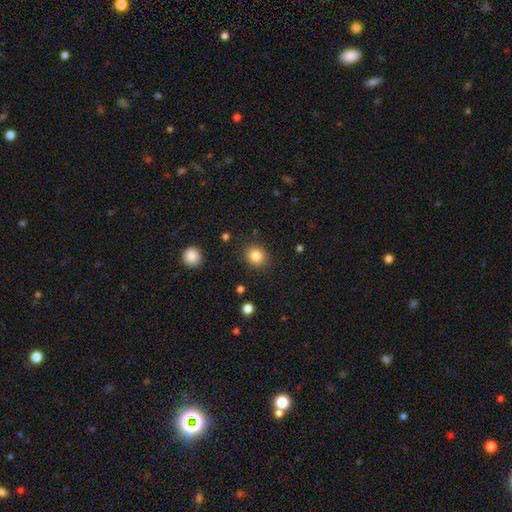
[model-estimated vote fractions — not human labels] Smooth or featured: smooth — 84% (star or artifact — 10%)
How rounded: round — 77% (in between — 22%)
Merging: none — 89% (minor disturbance — 7%)